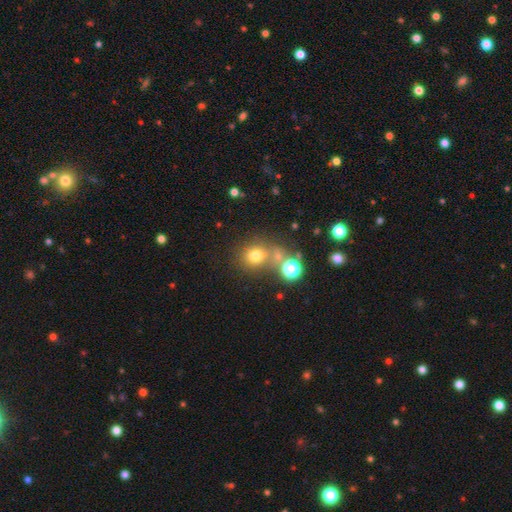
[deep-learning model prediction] Overall: smooth (70%). How rounded: round (83%). Merging: none (59%; merger 25%).